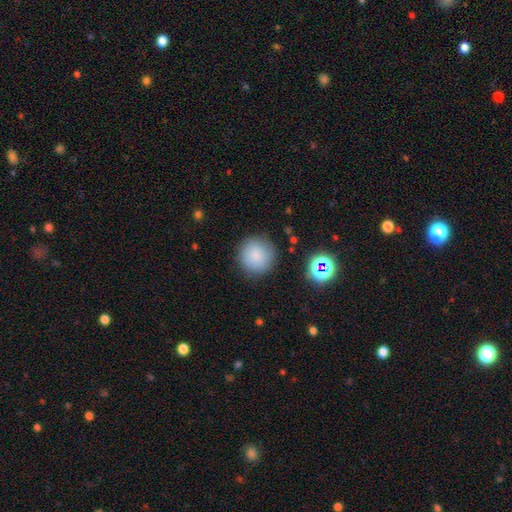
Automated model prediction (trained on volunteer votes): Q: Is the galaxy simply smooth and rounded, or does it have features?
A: smooth — 83%.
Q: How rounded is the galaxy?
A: round — 94%.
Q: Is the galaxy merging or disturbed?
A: none — 87%.